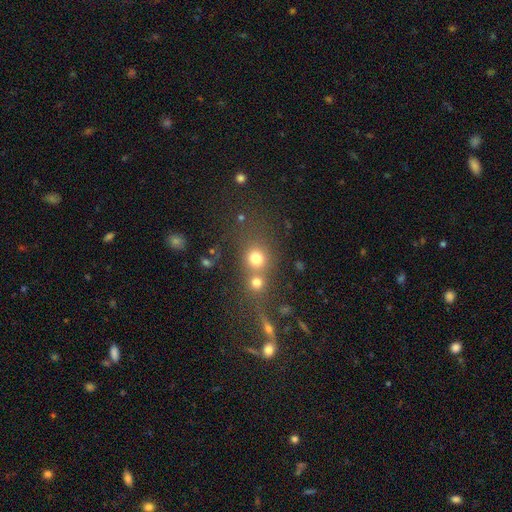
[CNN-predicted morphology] star or artifact 43%, smooth 40%, featured or disk 17%.